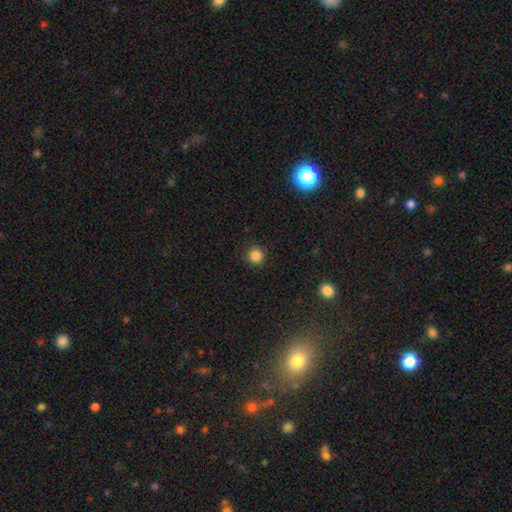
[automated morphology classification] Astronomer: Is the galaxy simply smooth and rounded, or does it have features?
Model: smooth — 85%.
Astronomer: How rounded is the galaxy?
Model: round — 94%.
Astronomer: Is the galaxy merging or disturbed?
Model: none — 90%.